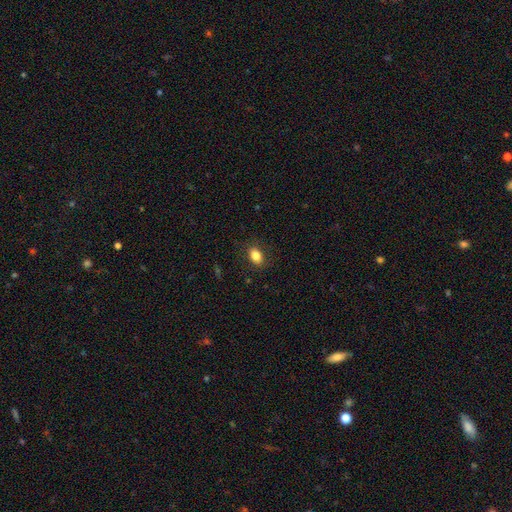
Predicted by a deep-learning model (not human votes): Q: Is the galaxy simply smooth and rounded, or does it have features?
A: smooth — 85%.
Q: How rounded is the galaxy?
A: in between — 81%.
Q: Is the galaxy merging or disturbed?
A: none — 85%.